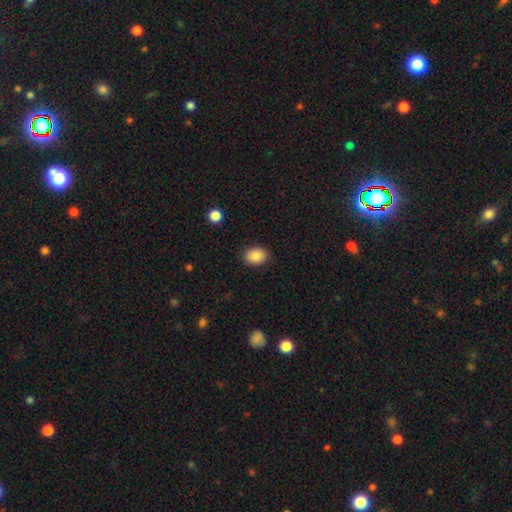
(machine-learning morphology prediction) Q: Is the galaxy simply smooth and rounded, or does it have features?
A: smooth — 87%.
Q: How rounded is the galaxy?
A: in between — 66%.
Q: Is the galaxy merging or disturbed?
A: none — 88%.